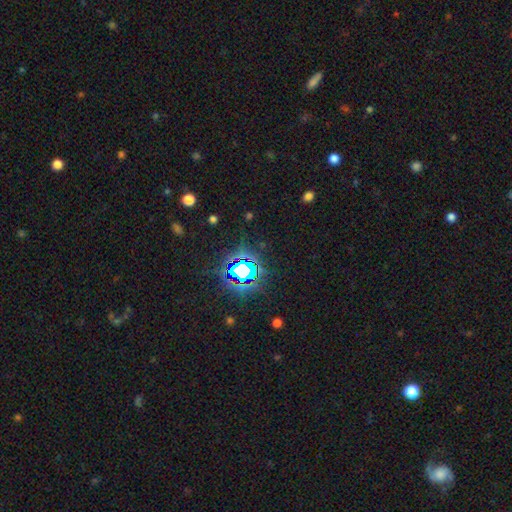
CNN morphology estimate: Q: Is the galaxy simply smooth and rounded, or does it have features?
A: star or artifact — 80%.